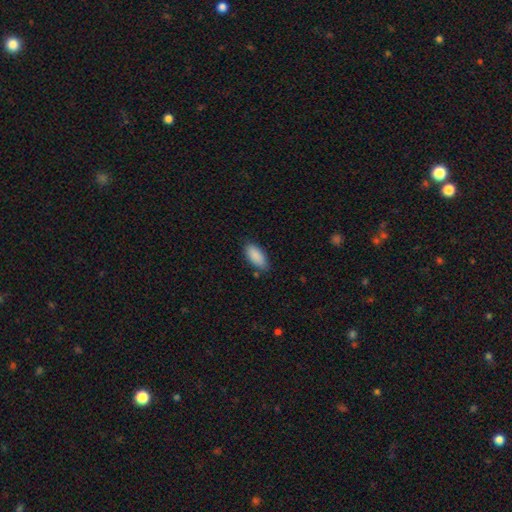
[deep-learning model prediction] Q: Smooth or featured?
A: smooth (90%); runner-up: star or artifact (7%)
Q: How rounded?
A: in between (89%); runner-up: cigar-shaped (10%)
Q: Merging?
A: none (80%); runner-up: minor disturbance (15%)